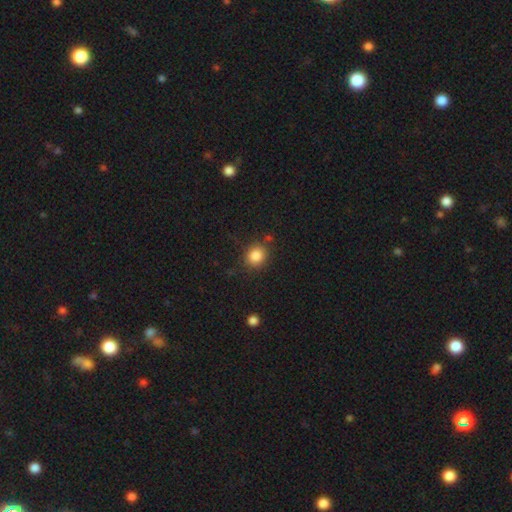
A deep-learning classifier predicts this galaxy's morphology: Smooth or featured? Predicted: smooth (p=0.85). How rounded? Predicted: round (p=0.82). Merging? Predicted: none (p=0.82).